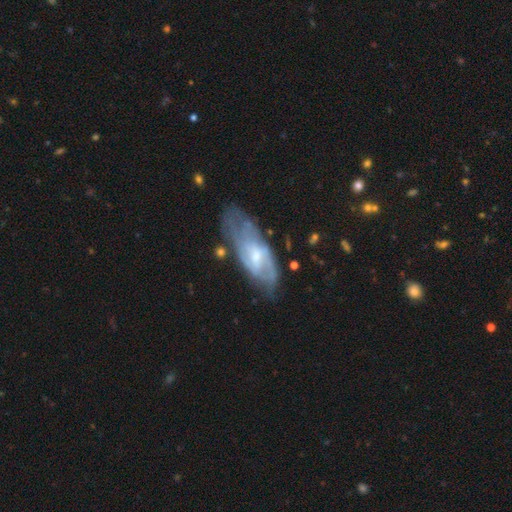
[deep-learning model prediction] The model was most divided on "bar": weak: 49%, no: 41%, strong: 11%. More confident: edge-on disk — no (87%); spiral arms — yes (79%); smooth or featured — featured or disk (71%); merging — none (58%); bulge size — small (51%).